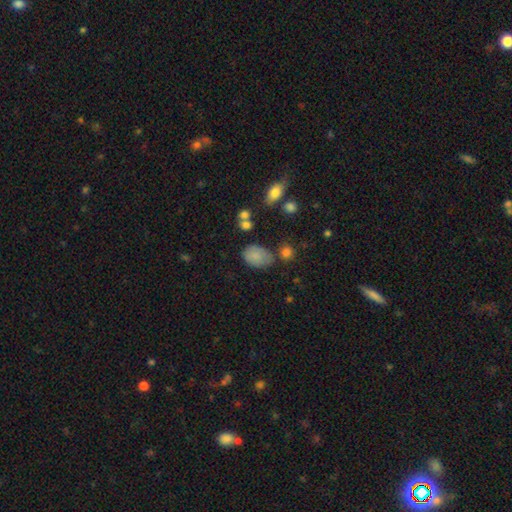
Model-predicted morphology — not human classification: smooth-or-featured: smooth: 81% | star or artifact: 10% | featured or disk: 9%
  how-rounded: in between: 81% | round: 17% | cigar-shaped: 1%
  merging: none: 61% | minor disturbance: 24% | major disturbance: 8% | merger: 7%